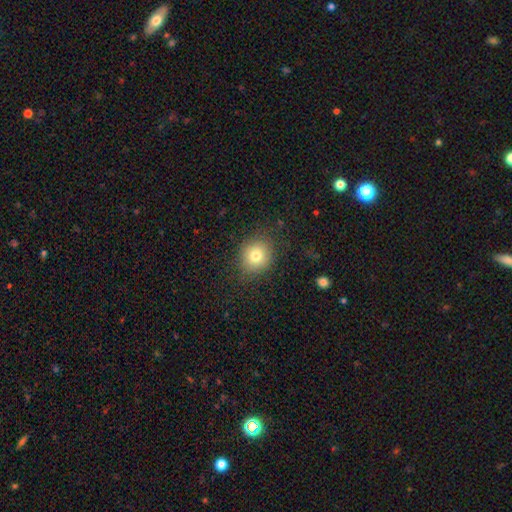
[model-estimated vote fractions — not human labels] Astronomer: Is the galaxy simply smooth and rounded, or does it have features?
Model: smooth — 79%.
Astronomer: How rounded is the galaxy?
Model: round — 80%.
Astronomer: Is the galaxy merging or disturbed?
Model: none — 85%.